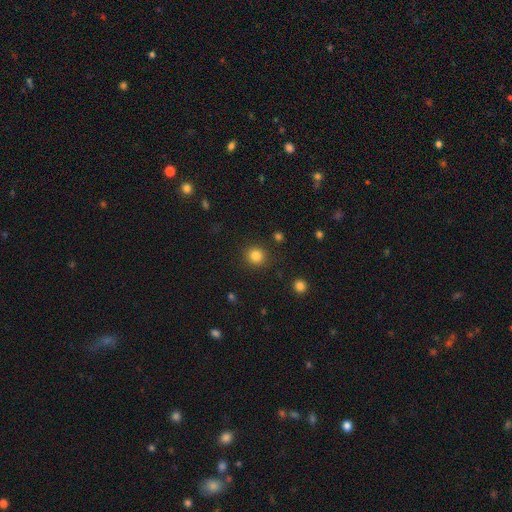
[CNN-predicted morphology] Smooth or featured: smooth — 84% (star or artifact — 12%)
How rounded: round — 91% (in between — 9%)
Merging: none — 89% (minor disturbance — 6%)